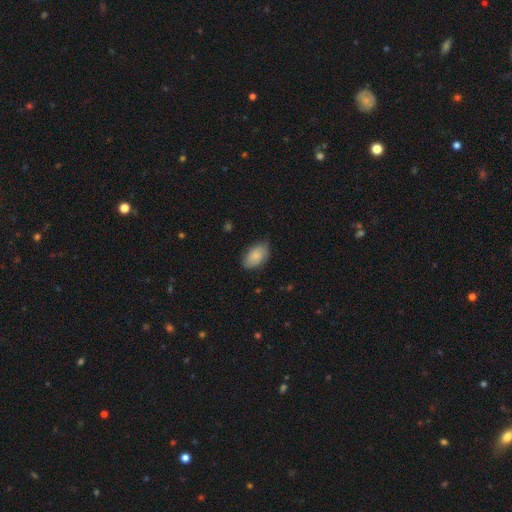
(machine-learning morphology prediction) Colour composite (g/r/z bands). It shows a smooth galaxy with no disk features (83%) that is in between round and cigar-shaped (93%). Merging: none (76%).